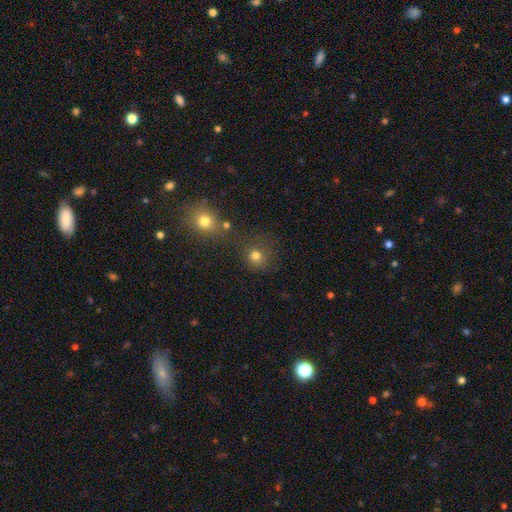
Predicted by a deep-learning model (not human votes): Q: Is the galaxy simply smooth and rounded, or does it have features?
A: smooth — 76%.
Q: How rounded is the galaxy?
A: round — 89%.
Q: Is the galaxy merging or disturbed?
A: none — 70%.